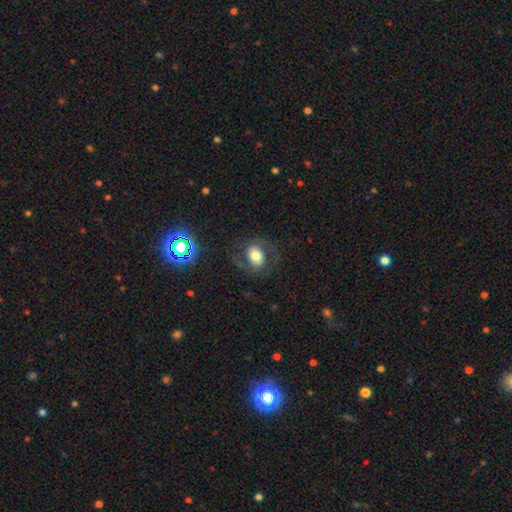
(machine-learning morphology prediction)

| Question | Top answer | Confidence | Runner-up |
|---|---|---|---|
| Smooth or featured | smooth | 54% | featured or disk (35%) |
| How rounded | in between | 62% | round (37%) |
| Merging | none | 71% | minor disturbance (15%) |